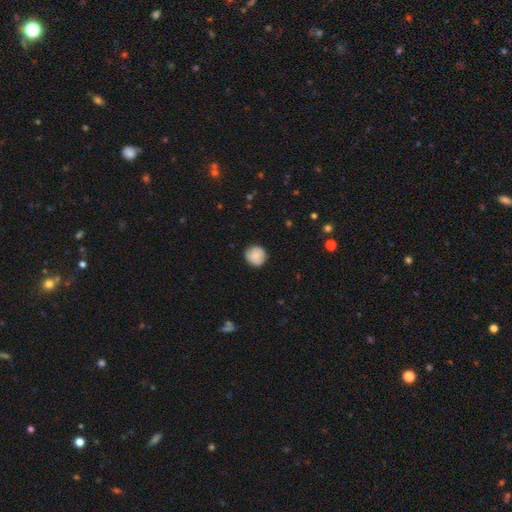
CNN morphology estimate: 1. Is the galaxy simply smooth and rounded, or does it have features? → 79% smooth, 14% featured or disk, 7% star or artifact.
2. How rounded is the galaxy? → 89% round, 10% in between, 1% cigar-shaped.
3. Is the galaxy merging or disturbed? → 78% none, 18% minor disturbance, 3% major disturbance, 1% merger.